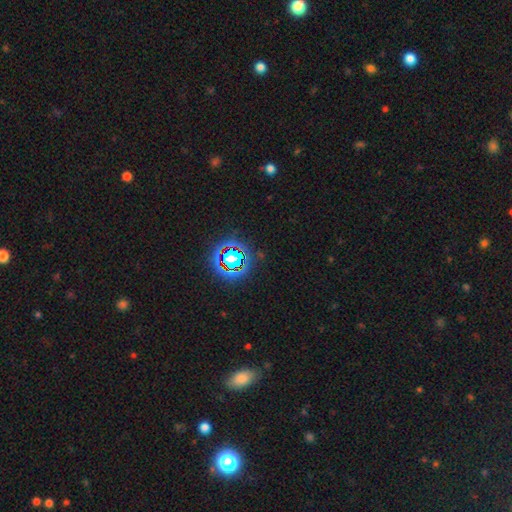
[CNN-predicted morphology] Smooth or featured? star or artifact (71%)